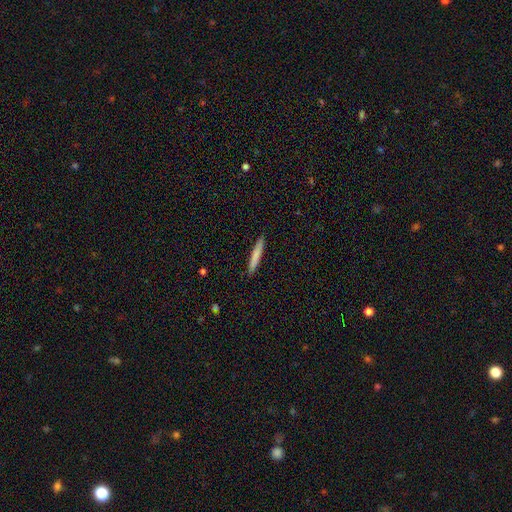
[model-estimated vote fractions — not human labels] The model was most divided on "smooth or featured": smooth: 78%, featured or disk: 17%, star or artifact: 6%. More confident: how rounded — cigar-shaped (95%); merging — none (91%).